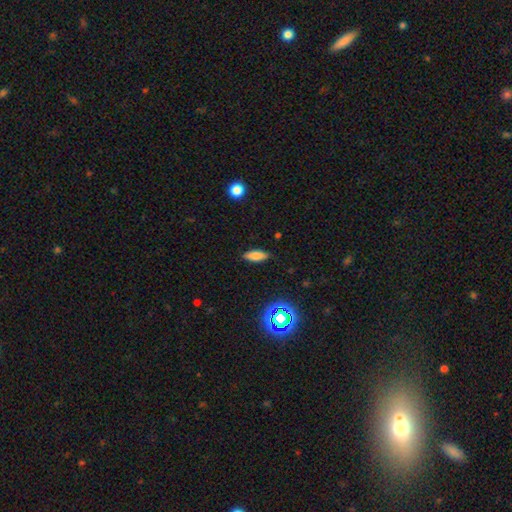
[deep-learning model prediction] This is likely a smooth galaxy (75%). How rounded: likely in between (62%). Merging: clearly none (87%).